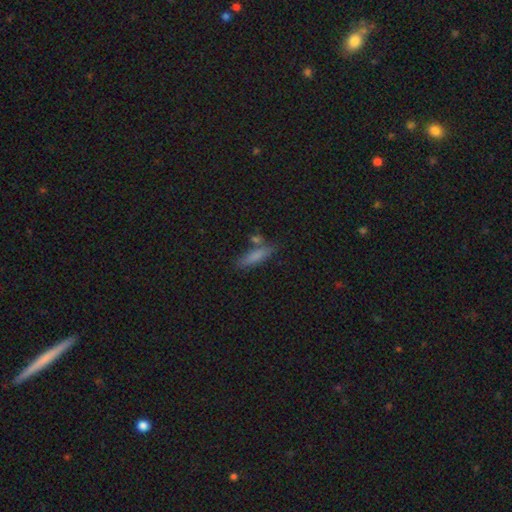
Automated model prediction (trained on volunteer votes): The model was most divided on "how rounded": cigar-shaped: 72%, in between: 25%, round: 3%. More confident: smooth or featured — smooth (76%); merging — none (71%).